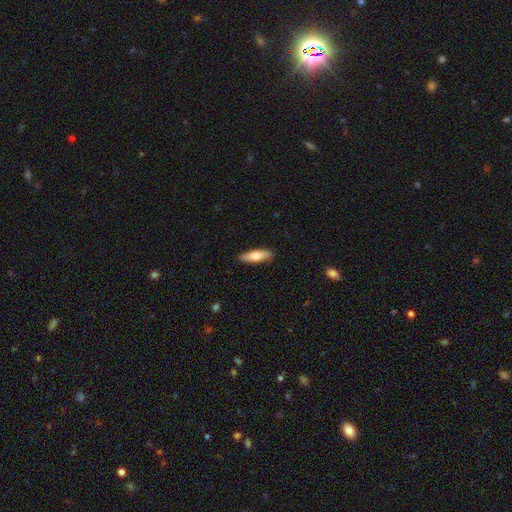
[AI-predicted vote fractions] This appears to be a smooth galaxy with no disk features (71%) that is cigar-shaped (58%). Merging: none (87%).